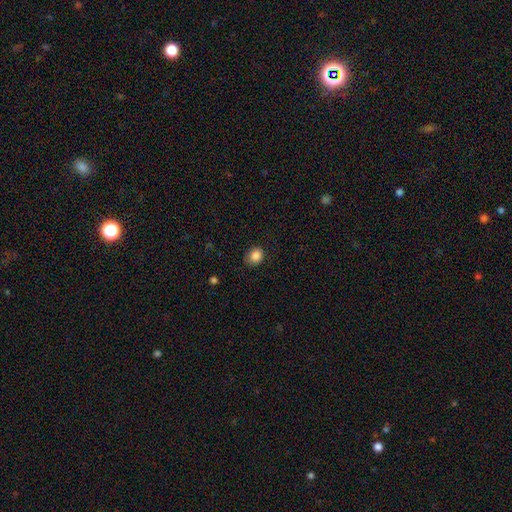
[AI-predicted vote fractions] smooth-or-featured: smooth: 86% | star or artifact: 10% | featured or disk: 4%
  how-rounded: round: 66% | in between: 33% | cigar-shaped: 1%
  merging: none: 78% | minor disturbance: 17% | major disturbance: 3% | merger: 1%